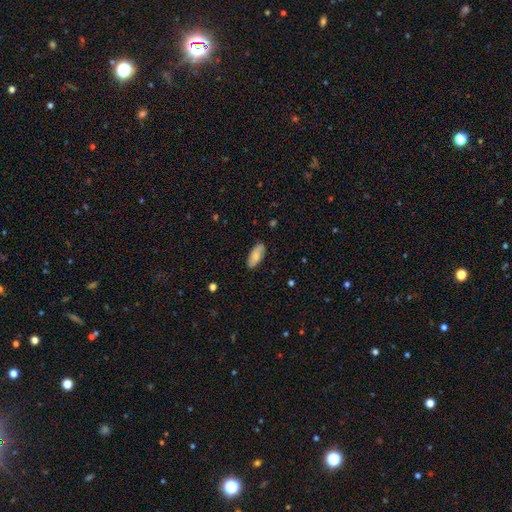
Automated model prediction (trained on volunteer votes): smooth_or_featured: smooth (p=0.77) [alt: featured or disk p=0.18]
how_rounded: in between (p=0.84) [alt: cigar-shaped p=0.14]
merging: none (p=0.86) [alt: minor disturbance p=0.11]